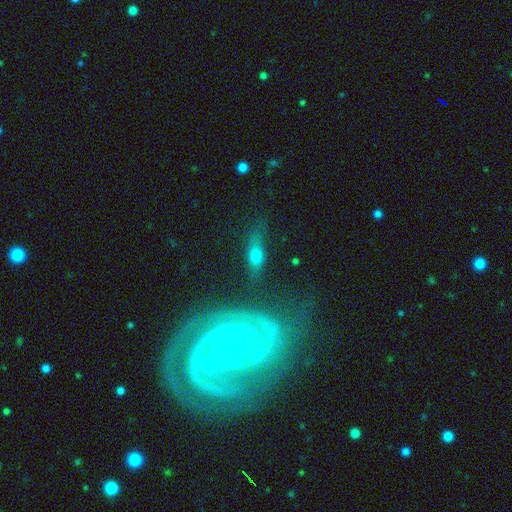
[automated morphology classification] smooth_or_featured: smooth (p=0.55) [alt: featured or disk p=0.30]
how_rounded: in between (p=0.49) [alt: cigar-shaped p=0.40]
merging: none (p=0.68) [alt: minor disturbance p=0.18]